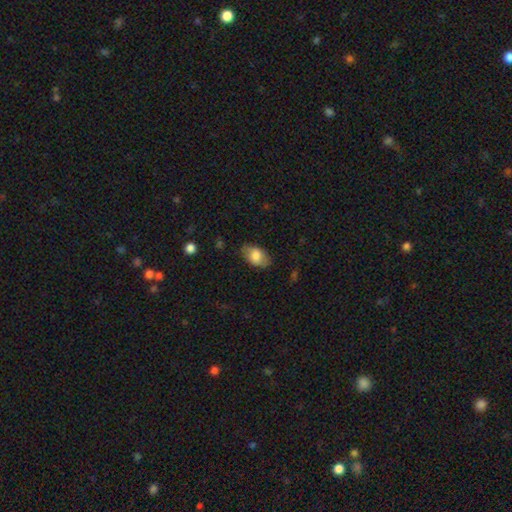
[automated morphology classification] This is likely a smooth galaxy (76%). How rounded: clearly in between (91%). Merging: likely none (76%).